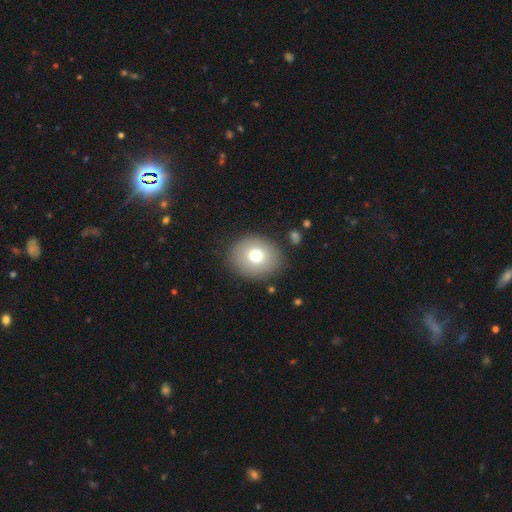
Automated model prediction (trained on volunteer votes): The model was most divided on "how rounded": round: 71%, in between: 28%, cigar-shaped: 1%. More confident: merging — none (86%); smooth or featured — smooth (73%).